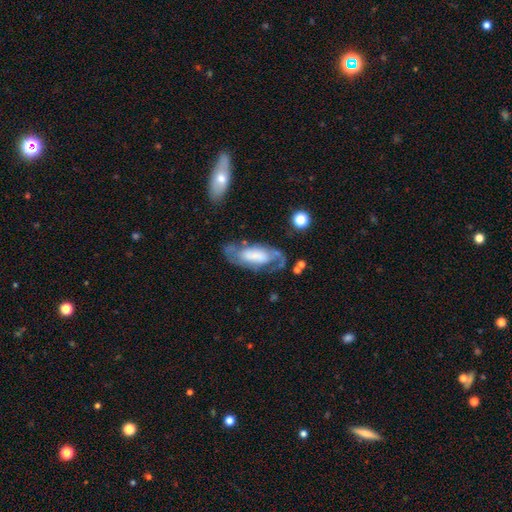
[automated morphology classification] smooth_or_featured: featured or disk (p=0.66) [alt: smooth p=0.27]
disk_edge_on: no (p=0.89) [alt: yes p=0.11]
bar: no (p=0.53) [alt: weak p=0.29]
has_spiral_arms: yes (p=0.81) [alt: no p=0.19]
bulge_size: large (p=0.34) [alt: none p=0.24]
merging: none (p=0.52) [alt: minor disturbance p=0.24]